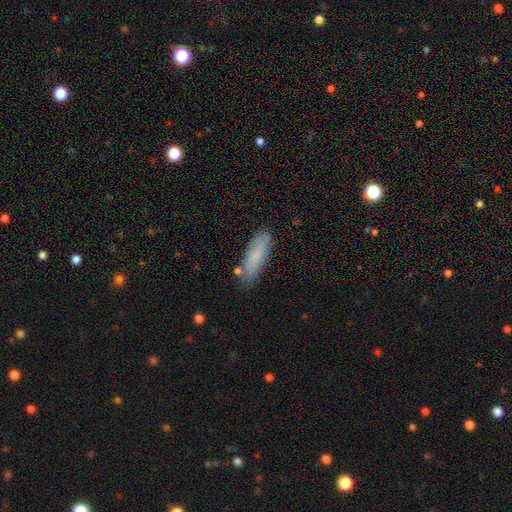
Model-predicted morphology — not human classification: smooth 75%, featured or disk 18%, star or artifact 7%. Down the decision tree: how rounded — cigar-shaped (51%); merging — none (75%).